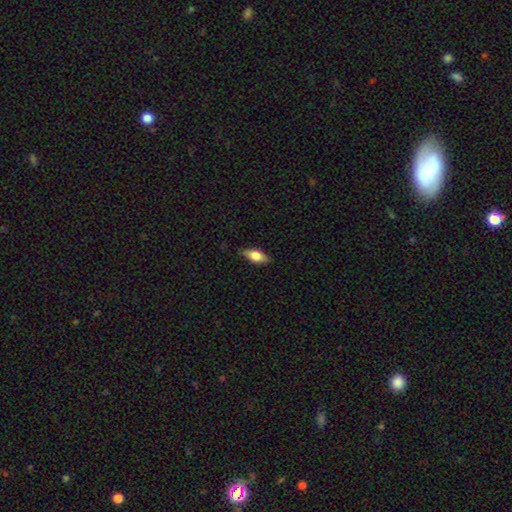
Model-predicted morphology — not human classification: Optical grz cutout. It shows a smooth galaxy with no disk features (60%) that is in between round and cigar-shaped (79%). Merging: none (82%).